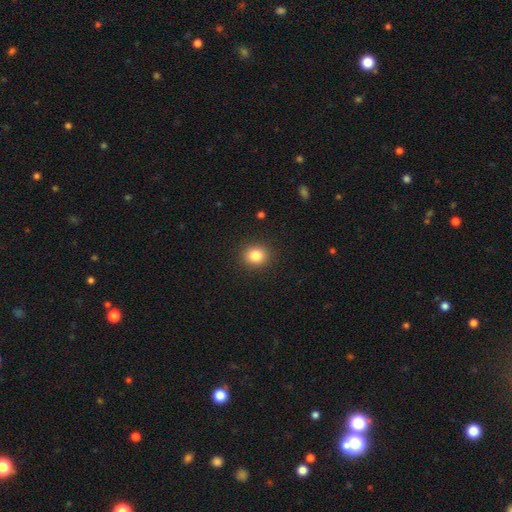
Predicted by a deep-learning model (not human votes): This appears to be a smooth galaxy with no disk features (83%) that is round (75%). Merging: none (90%).